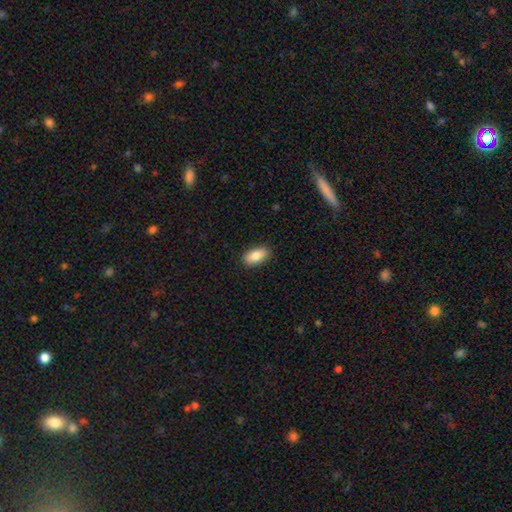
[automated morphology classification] Q: Smooth or featured?
A: smooth (84%); runner-up: featured or disk (9%)
Q: How rounded?
A: in between (90%); runner-up: cigar-shaped (6%)
Q: Merging?
A: none (89%); runner-up: minor disturbance (8%)